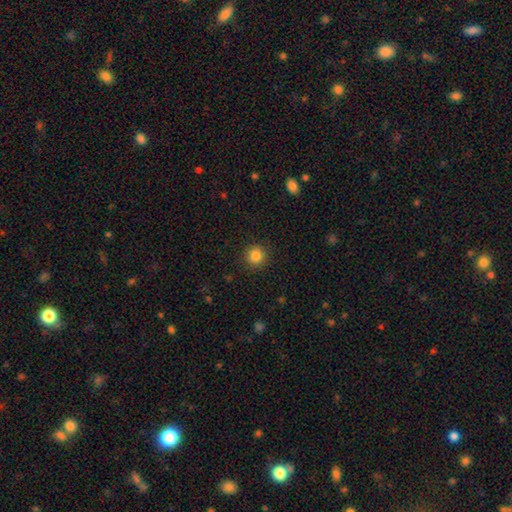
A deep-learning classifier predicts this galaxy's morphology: A smooth galaxy with no disk features (85%) that is round (93%).

Vote fractions:
- Smooth or featured? smooth: 85% / star or artifact: 11% / featured or disk: 5%
- How rounded? round: 93% / in between: 6% / cigar-shaped: 1%
- Merging? none: 91% / minor disturbance: 6% / major disturbance: 2% / merger: 1%